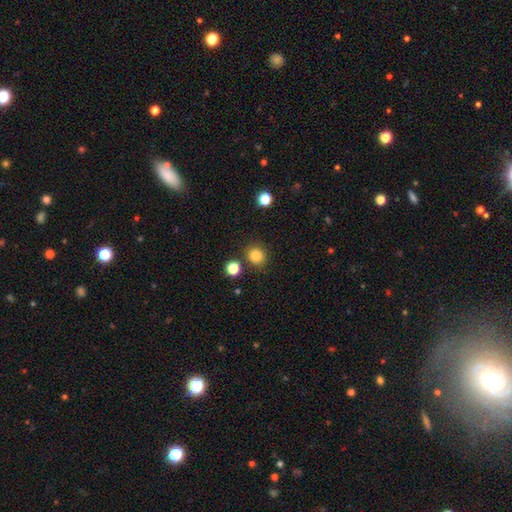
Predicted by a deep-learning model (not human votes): Smooth or featured? Predicted: smooth (p=0.84). How rounded? Predicted: round (p=0.88). Merging? Predicted: none (p=0.85).